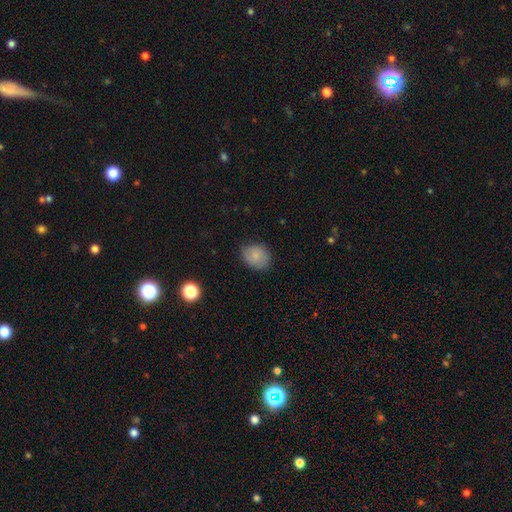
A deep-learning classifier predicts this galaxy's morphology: type=smooth (79%); roundness=in between (51%); merging=none (75%).